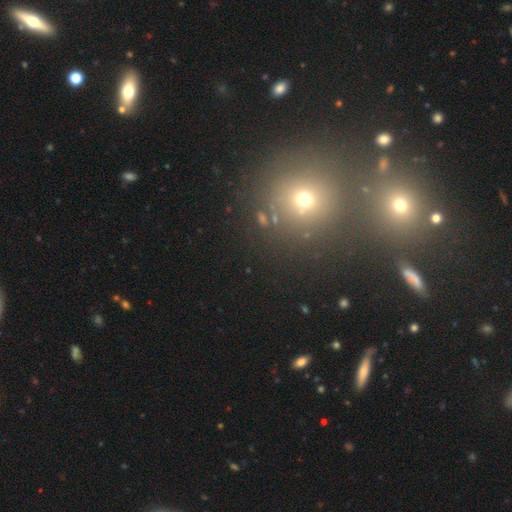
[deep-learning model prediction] This appears to be a star or artifact, not a galaxy (46%).